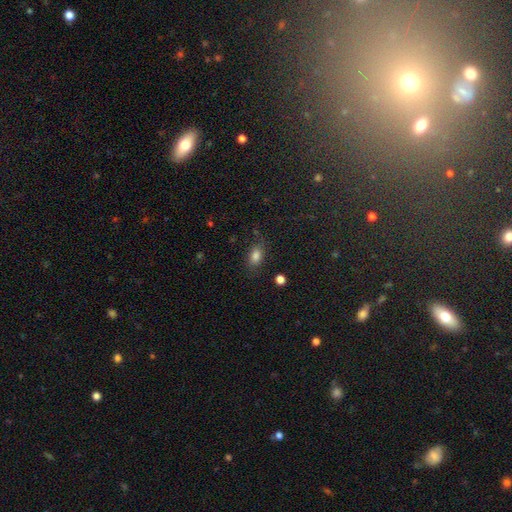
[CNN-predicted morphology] Smooth or featured? Predicted: smooth (p=0.82). How rounded? Predicted: in between (p=0.83). Merging? Predicted: none (p=0.78).